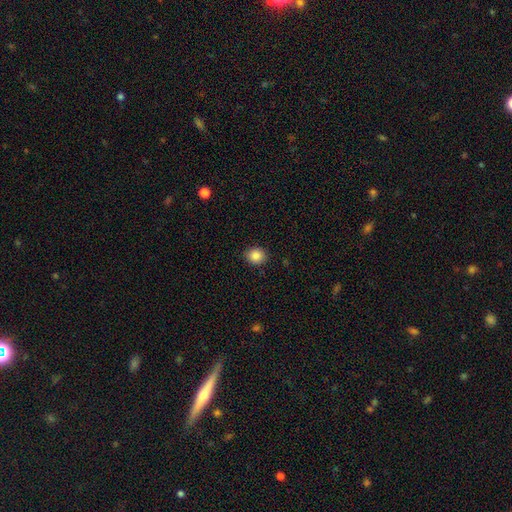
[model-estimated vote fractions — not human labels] Q: Smooth or featured?
A: smooth (86%); runner-up: star or artifact (10%)
Q: How rounded?
A: round (75%); runner-up: in between (24%)
Q: Merging?
A: none (89%); runner-up: minor disturbance (7%)